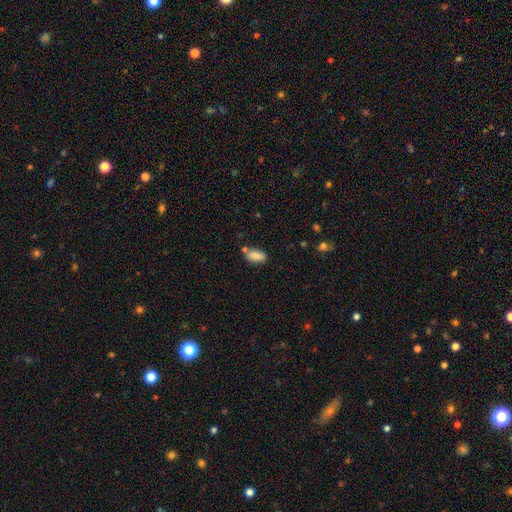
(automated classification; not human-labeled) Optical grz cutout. It shows a smooth galaxy with no disk features (85%) that is in between round and cigar-shaped (88%). Merging: none (64%).